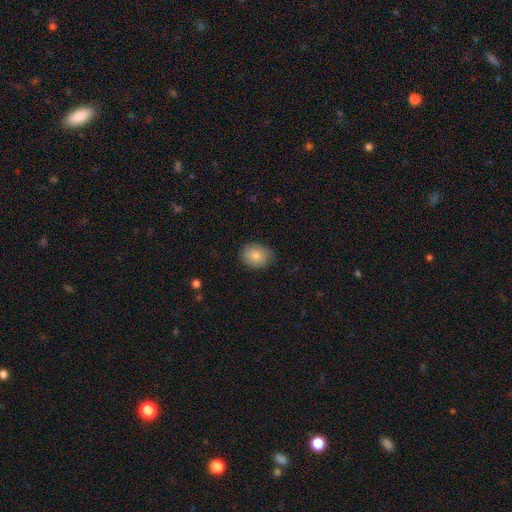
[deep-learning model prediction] smooth-or-featured: smooth: 83% | featured or disk: 9% | star or artifact: 8%
  how-rounded: round: 56% | in between: 43% | cigar-shaped: 1%
  merging: none: 77% | minor disturbance: 18% | major disturbance: 3% | merger: 1%